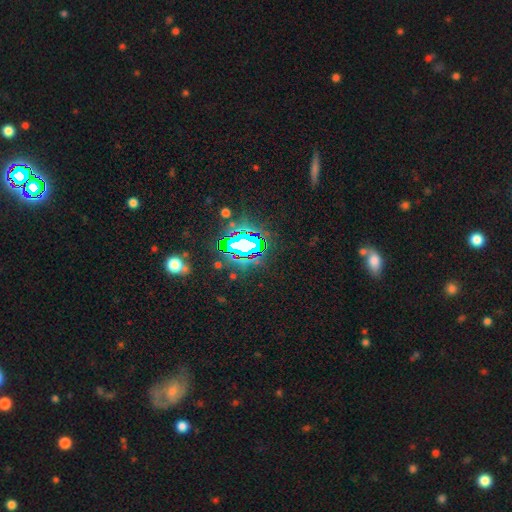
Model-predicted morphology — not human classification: A star or artifact, not a galaxy (75%).